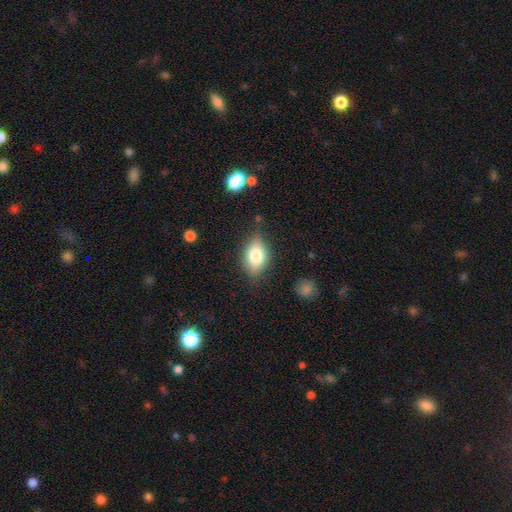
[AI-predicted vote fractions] Morphology: type=smooth (73%); roundness=in between (85%); merging=none (74%).